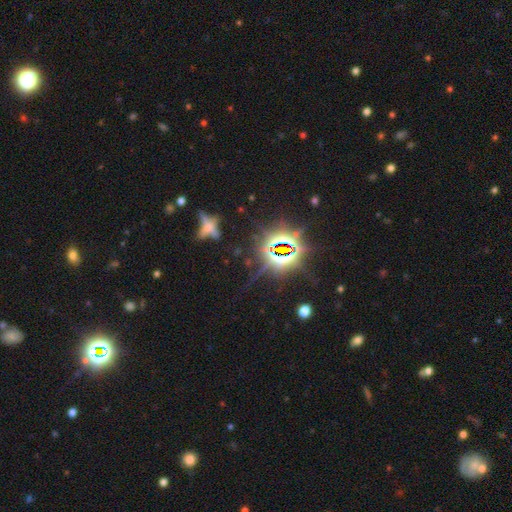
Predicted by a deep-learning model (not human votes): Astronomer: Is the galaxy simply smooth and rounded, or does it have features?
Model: star or artifact — 82%.